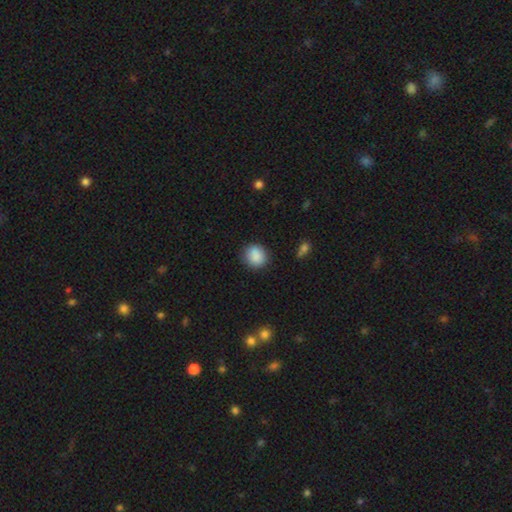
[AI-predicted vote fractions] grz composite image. It shows a smooth galaxy with no disk features (88%) that is round (73%). Merging: none (85%).